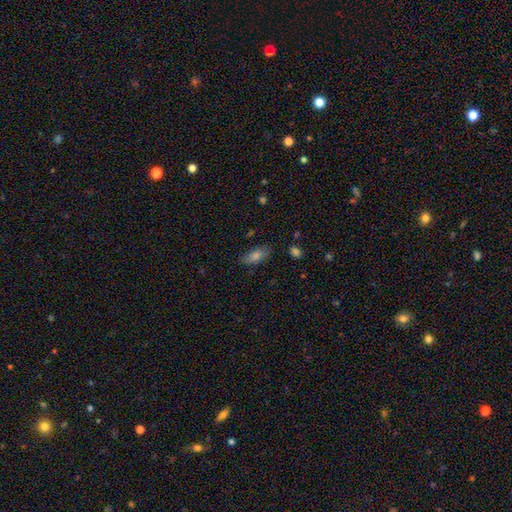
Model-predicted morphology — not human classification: This is likely a smooth galaxy (69%). How rounded: likely in between (76%). Merging: clearly none (83%).